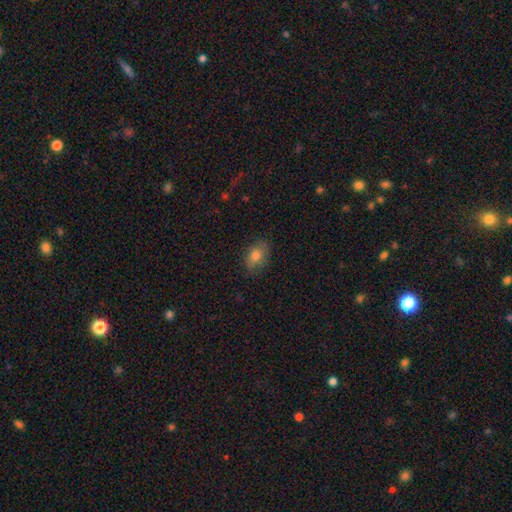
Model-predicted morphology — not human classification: type=smooth (76%); roundness=in between (78%); merging=none (79%).